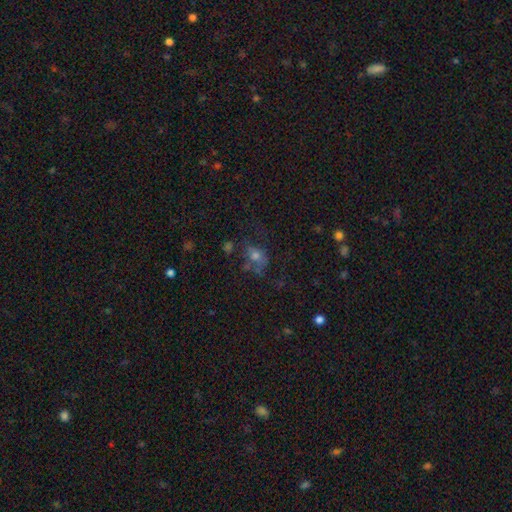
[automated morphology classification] A smooth galaxy with no disk features (51%) that is in between round and cigar-shaped (60%).

Vote fractions:
- Smooth or featured? smooth: 51% / featured or disk: 28% / star or artifact: 22%
- How rounded? in between: 60% / round: 38% / cigar-shaped: 2%
- Merging? none: 45% / major disturbance: 24% / minor disturbance: 22% / merger: 9%